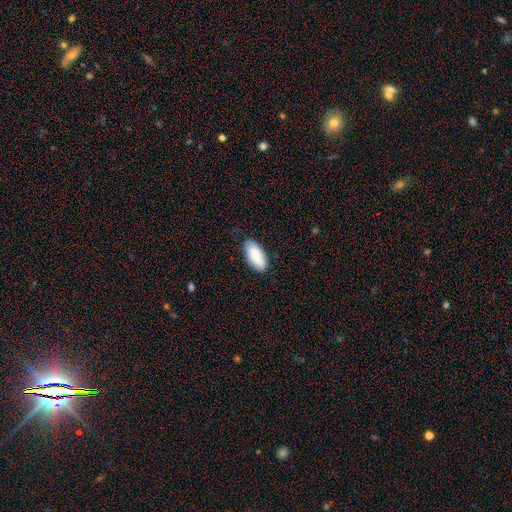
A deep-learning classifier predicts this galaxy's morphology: Smooth or featured? smooth (86%)
How rounded? in between (92%)
Merging? none (80%)